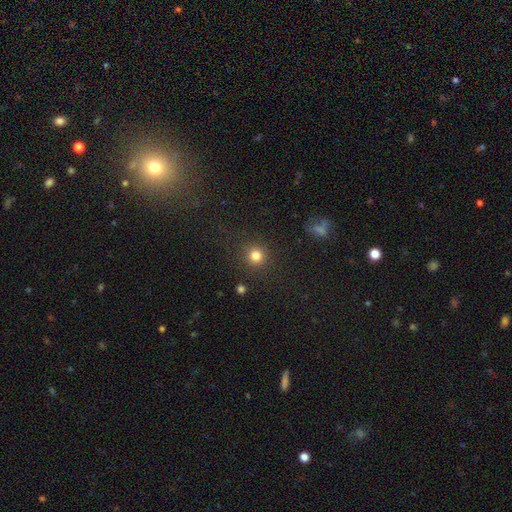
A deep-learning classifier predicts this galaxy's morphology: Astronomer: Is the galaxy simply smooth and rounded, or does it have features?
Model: smooth — 82%.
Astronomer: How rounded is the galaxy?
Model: round — 93%.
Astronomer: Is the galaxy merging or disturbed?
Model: none — 89%.